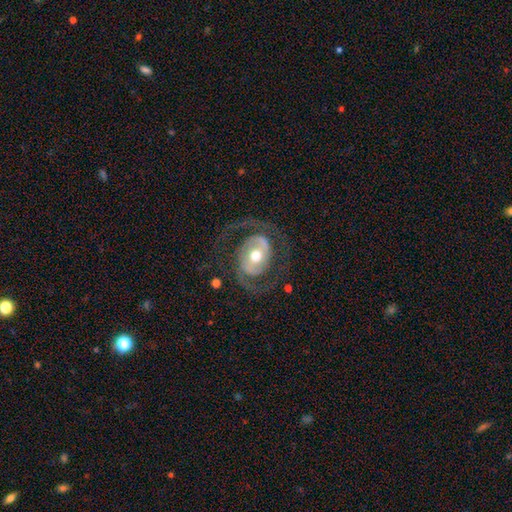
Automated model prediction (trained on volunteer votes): Q: Smooth or featured?
A: featured or disk (86%); runner-up: smooth (9%)
Q: Edge-on disk?
A: no (97%); runner-up: yes (3%)
Q: Bar?
A: no (47%); runner-up: weak (31%)
Q: Spiral arms?
A: yes (90%); runner-up: no (10%)
Q: Spiral winding?
A: medium (50%); runner-up: tight (29%)
Q: Spiral arm count?
A: 2 (89%); runner-up: can't tell (4%)
Q: Bulge size?
A: moderate (74%); runner-up: large (13%)
Q: Merging?
A: none (72%); runner-up: major disturbance (14%)